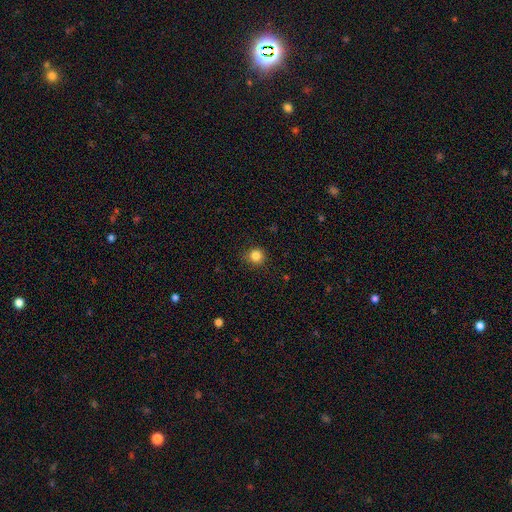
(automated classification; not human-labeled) A smooth galaxy with no disk features (84%) that is round (93%).

Vote fractions:
- Smooth or featured? smooth: 84% / star or artifact: 12% / featured or disk: 4%
- How rounded? round: 93% / in between: 6% / cigar-shaped: 1%
- Merging? none: 88% / minor disturbance: 9% / major disturbance: 2% / merger: 1%